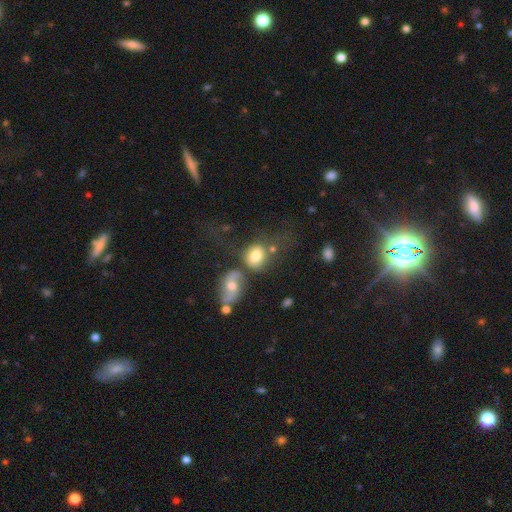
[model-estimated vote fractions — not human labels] smooth_or_featured: smooth (p=0.72) [alt: featured or disk p=0.18]
how_rounded: round (p=0.54) [alt: in between p=0.45]
merging: none (p=0.39) [alt: merger p=0.32]